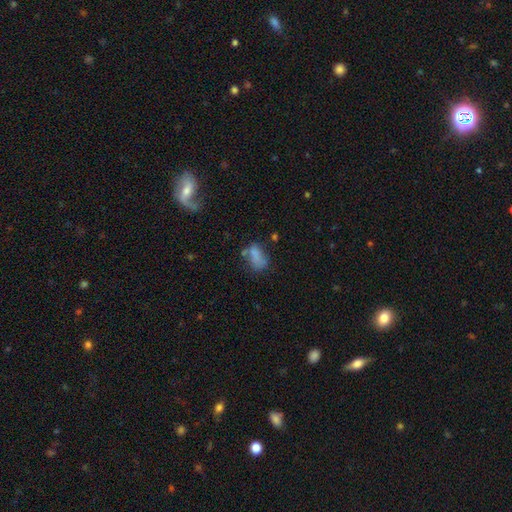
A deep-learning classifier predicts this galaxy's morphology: type=smooth (71%); roundness=in between (86%); merging=none (40%).